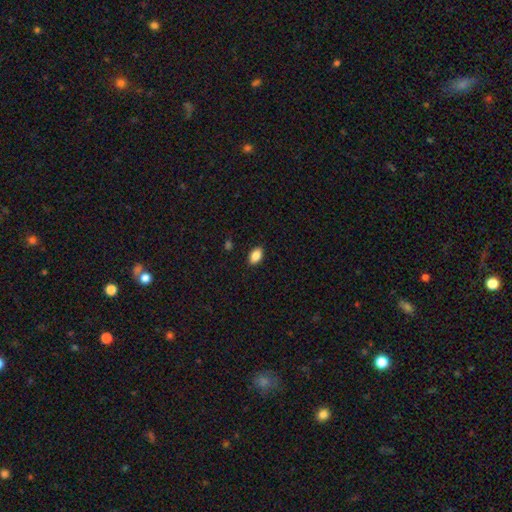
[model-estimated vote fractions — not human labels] A smooth galaxy with no disk features (88%) that is in between round and cigar-shaped (91%). Merging: none (88%).